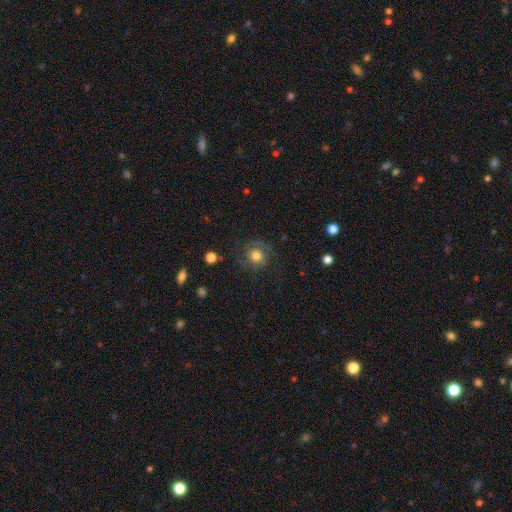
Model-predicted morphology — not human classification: smooth_or_featured: featured or disk (p=0.44) [tied with: smooth p=0.44]
merging: none (p=0.74) [alt: minor disturbance p=0.14]